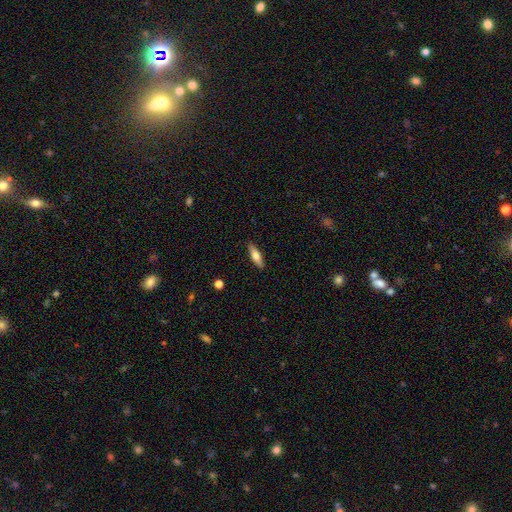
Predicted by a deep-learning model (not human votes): Morphology: type=smooth (67%); roundness=cigar-shaped (51%); merging=none (88%).